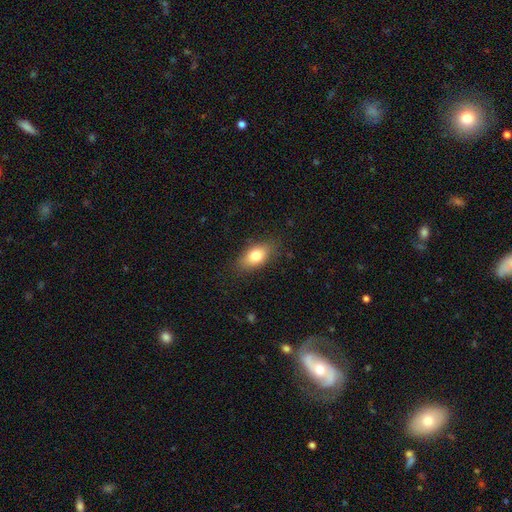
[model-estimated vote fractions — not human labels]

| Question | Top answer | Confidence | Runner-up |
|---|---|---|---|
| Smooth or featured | smooth | 77% | featured or disk (15%) |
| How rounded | in between | 85% | round (9%) |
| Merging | none | 83% | minor disturbance (13%) |